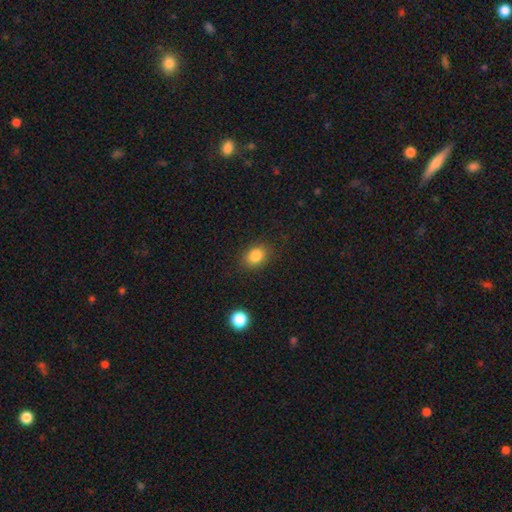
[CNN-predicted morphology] Smooth or featured: smooth — 84% (star or artifact — 10%)
How rounded: in between — 61% (round — 38%)
Merging: none — 85% (minor disturbance — 10%)